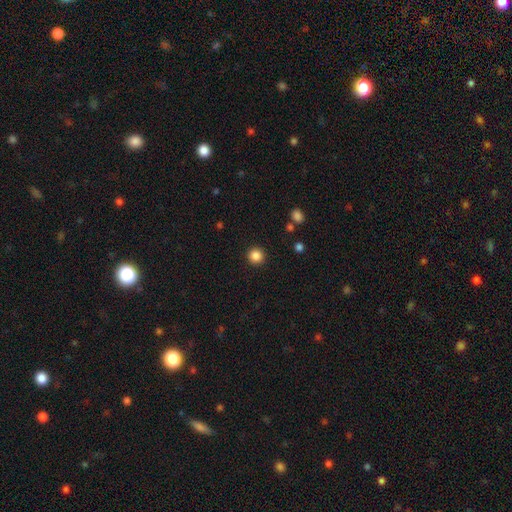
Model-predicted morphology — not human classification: smooth_or_featured: smooth (p=0.86) [alt: star or artifact p=0.11]
how_rounded: round (p=0.95) [alt: in between p=0.04]
merging: none (p=0.92) [alt: minor disturbance p=0.05]